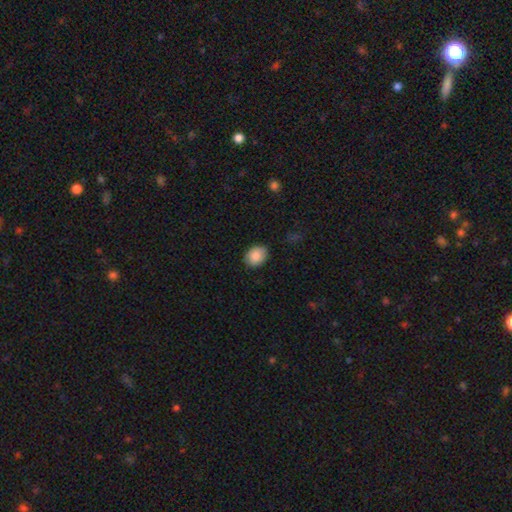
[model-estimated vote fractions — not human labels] Q: Smooth or featured?
A: smooth (86%); runner-up: star or artifact (7%)
Q: How rounded?
A: in between (63%); runner-up: round (36%)
Q: Merging?
A: none (84%); runner-up: minor disturbance (13%)